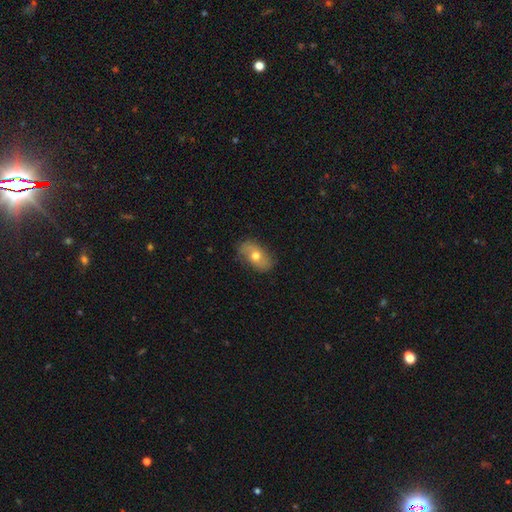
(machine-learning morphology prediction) smooth-or-featured: smooth: 55% | featured or disk: 37% | star or artifact: 8%
  how-rounded: in between: 88% | round: 10% | cigar-shaped: 3%
  merging: none: 78% | minor disturbance: 17% | major disturbance: 4% | merger: 1%